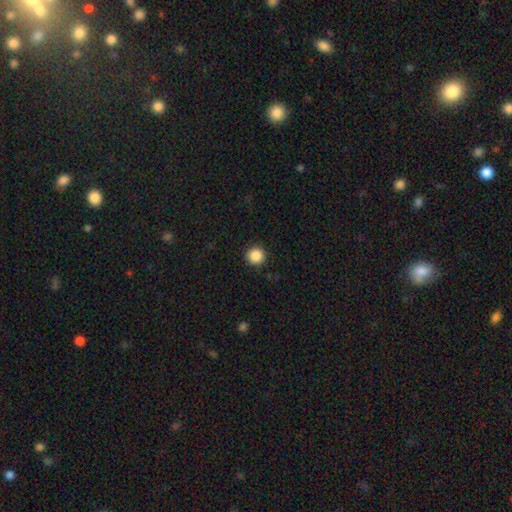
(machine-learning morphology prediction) A smooth galaxy with no disk features (87%) that is round (96%). Merging: none (92%).